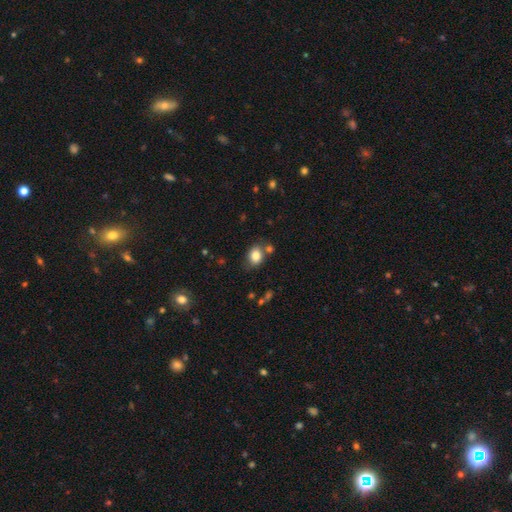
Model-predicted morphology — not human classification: The model was most divided on "how rounded": in between: 54%, round: 45%, cigar-shaped: 1%. More confident: smooth or featured — smooth (83%); merging — none (70%).